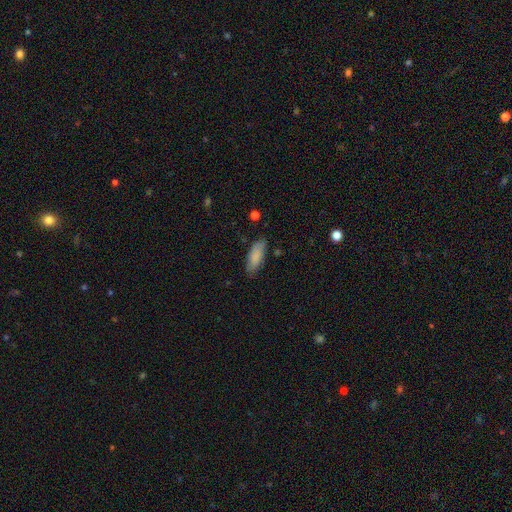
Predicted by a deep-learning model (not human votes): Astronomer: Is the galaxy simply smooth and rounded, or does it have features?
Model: smooth — 83%.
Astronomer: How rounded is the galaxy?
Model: in between — 74%.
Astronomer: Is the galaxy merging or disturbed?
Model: none — 77%.